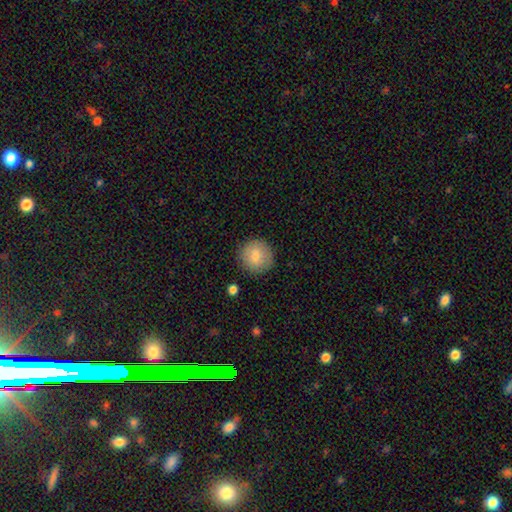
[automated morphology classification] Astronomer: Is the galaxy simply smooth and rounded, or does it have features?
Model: smooth — 78%.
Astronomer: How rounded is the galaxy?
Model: round — 93%.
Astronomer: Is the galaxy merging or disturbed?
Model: none — 89%.